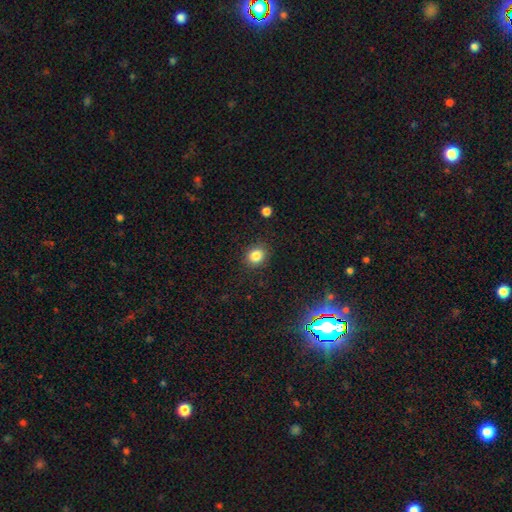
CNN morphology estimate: Smooth or featured? Predicted: smooth (p=0.83). How rounded? Predicted: round (p=0.79). Merging? Predicted: none (p=0.89).